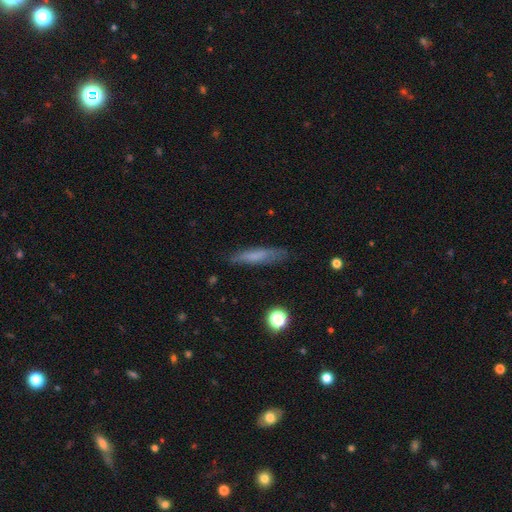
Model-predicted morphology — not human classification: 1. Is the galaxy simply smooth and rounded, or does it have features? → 66% smooth, 26% featured or disk, 8% star or artifact.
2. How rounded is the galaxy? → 84% cigar-shaped, 14% in between, 2% round.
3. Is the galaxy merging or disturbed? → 79% none, 16% minor disturbance, 4% major disturbance, 2% merger.